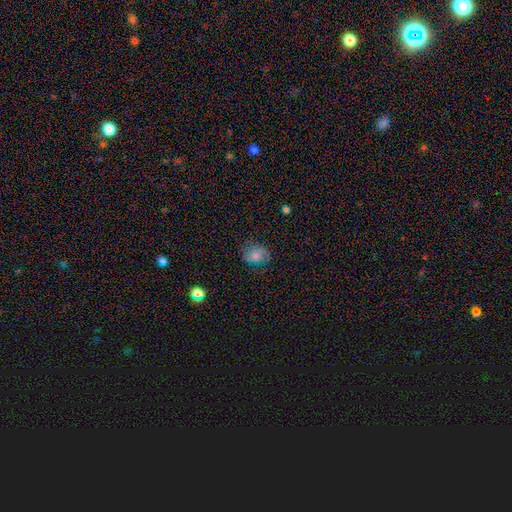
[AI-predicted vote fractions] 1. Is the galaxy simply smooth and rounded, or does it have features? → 76% smooth, 13% featured or disk, 11% star or artifact.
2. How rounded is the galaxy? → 54% round, 45% in between, 1% cigar-shaped.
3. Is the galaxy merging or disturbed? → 73% none, 20% minor disturbance, 6% major disturbance, 1% merger.